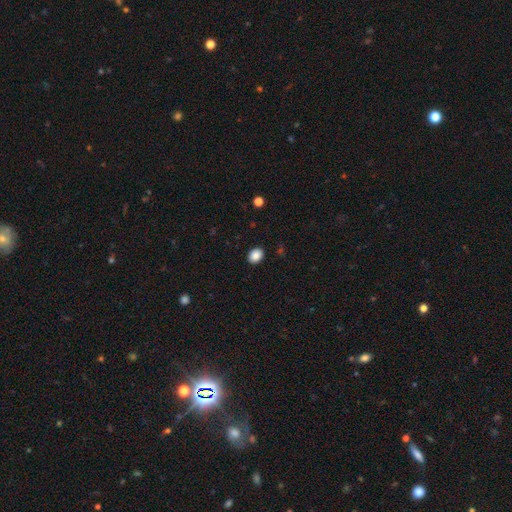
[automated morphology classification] Smooth or featured? smooth (86%)
How rounded? in between (58%)
Merging? none (90%)